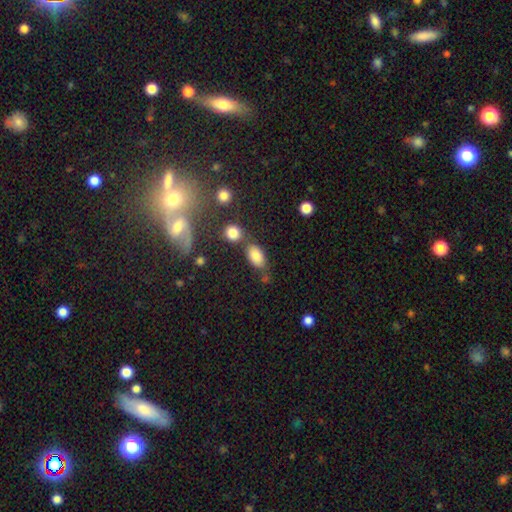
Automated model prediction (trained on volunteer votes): Q: Smooth or featured?
A: smooth (83%); runner-up: star or artifact (9%)
Q: How rounded?
A: in between (89%); runner-up: round (8%)
Q: Merging?
A: none (61%); runner-up: merger (17%)